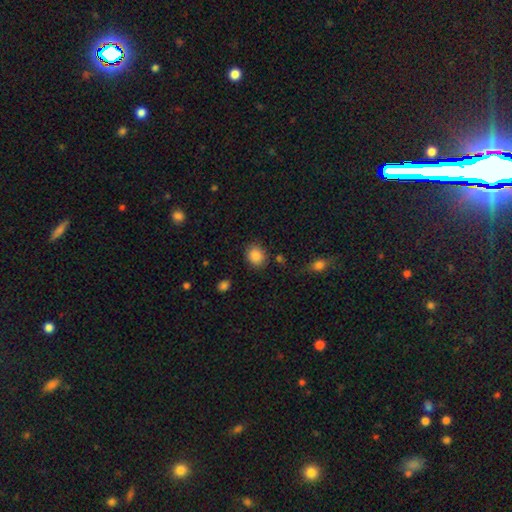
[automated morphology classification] Smooth or featured? Predicted: smooth (p=0.87). How rounded? Predicted: round (p=0.64). Merging? Predicted: none (p=0.82).